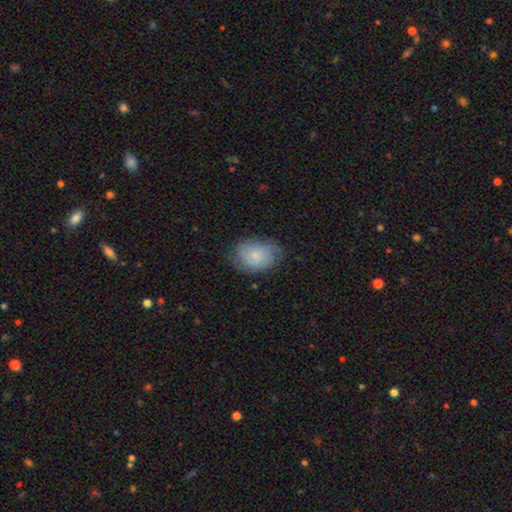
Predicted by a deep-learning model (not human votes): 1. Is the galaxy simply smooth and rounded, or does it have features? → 67% smooth, 25% featured or disk, 7% star or artifact.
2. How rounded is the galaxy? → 75% in between, 24% round, 1% cigar-shaped.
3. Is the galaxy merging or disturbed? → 68% none, 24% minor disturbance, 7% major disturbance, 1% merger.